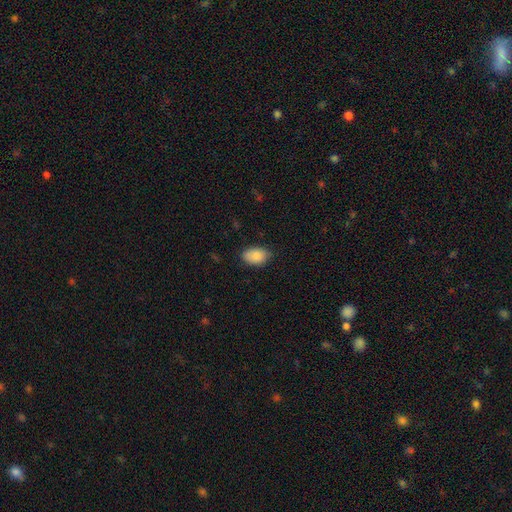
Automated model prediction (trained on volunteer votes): A smooth galaxy with no disk features (86%) that is in between round and cigar-shaped (88%). Merging: none (77%).